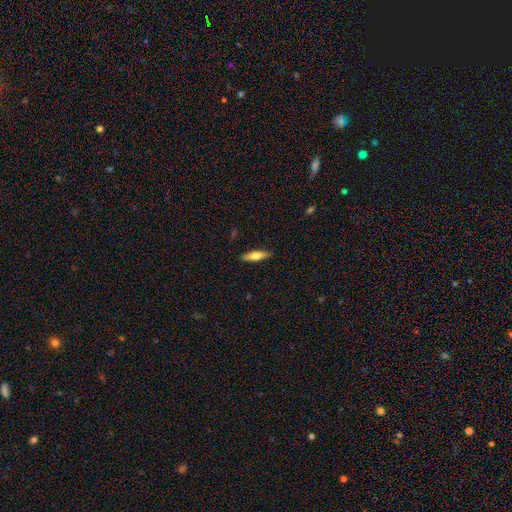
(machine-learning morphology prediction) Q: Smooth or featured?
A: smooth (61%); runner-up: featured or disk (33%)
Q: How rounded?
A: cigar-shaped (62%); runner-up: in between (36%)
Q: Merging?
A: none (89%); runner-up: minor disturbance (8%)